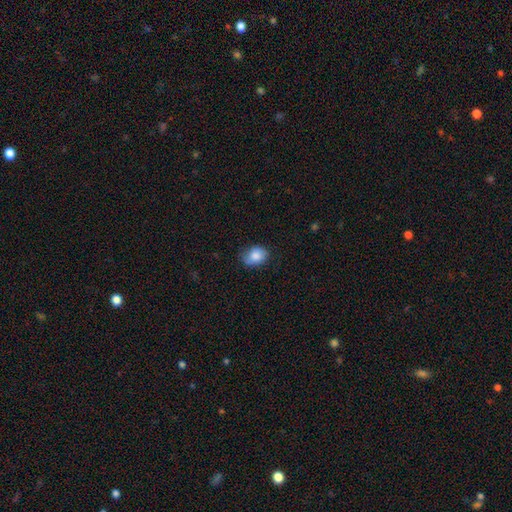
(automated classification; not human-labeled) The model was most divided on "how rounded": in between: 64%, round: 35%, cigar-shaped: 1%. More confident: smooth or featured — smooth (84%); merging — none (72%).